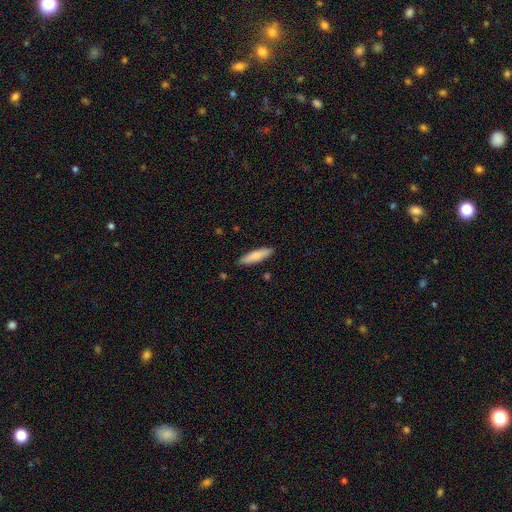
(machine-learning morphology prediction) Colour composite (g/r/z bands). It shows a smooth galaxy with no disk features (80%) that is cigar-shaped (69%). Merging: none (88%).